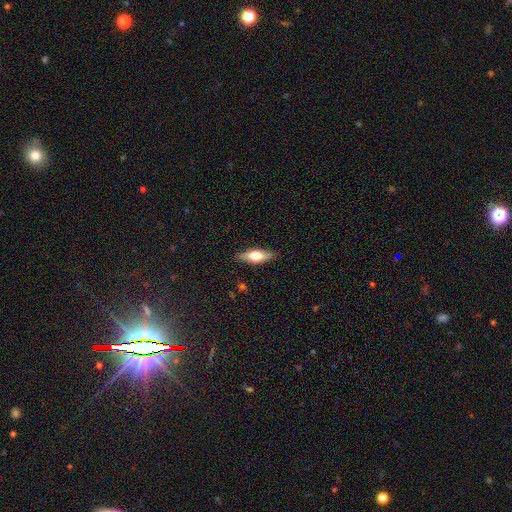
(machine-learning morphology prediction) Smooth or featured? Predicted: smooth (p=0.62). How rounded? Predicted: in between (p=0.59). Merging? Predicted: none (p=0.86).